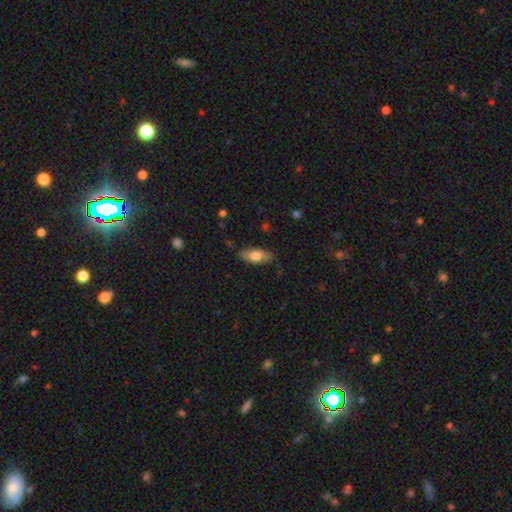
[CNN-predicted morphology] smooth 73%, featured or disk 21%, star or artifact 6%. Down the decision tree: how rounded — in between (83%); merging — none (80%).